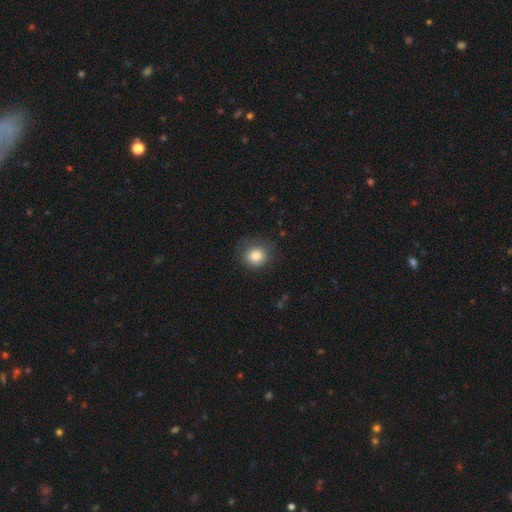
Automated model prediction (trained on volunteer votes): Q: Smooth or featured?
A: smooth (83%); runner-up: star or artifact (10%)
Q: How rounded?
A: round (86%); runner-up: in between (14%)
Q: Merging?
A: none (77%); runner-up: minor disturbance (16%)